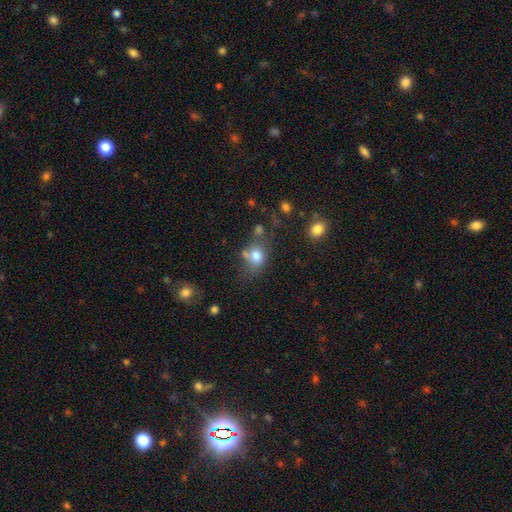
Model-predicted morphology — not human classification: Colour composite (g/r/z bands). It shows a smooth galaxy with no disk features (77%) that is in between round and cigar-shaped (50%). Merging: none (48%).